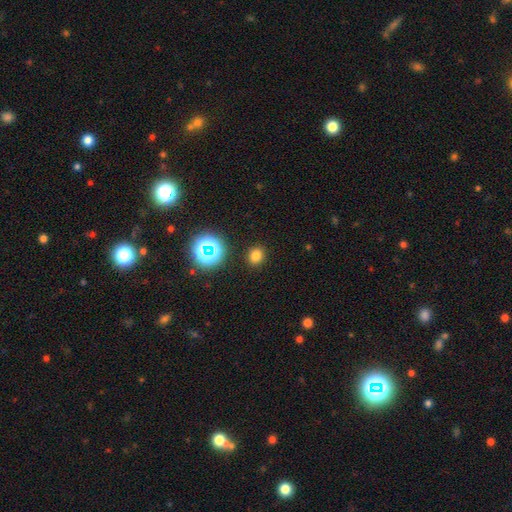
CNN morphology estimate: type=smooth (74%); roundness=round (72%); merging=none (89%).